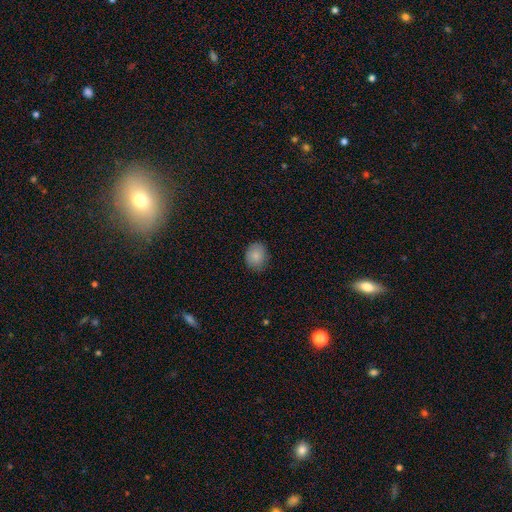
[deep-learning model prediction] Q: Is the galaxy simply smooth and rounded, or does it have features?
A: smooth — 86%.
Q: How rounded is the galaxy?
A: round — 65%.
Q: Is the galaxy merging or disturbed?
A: none — 83%.